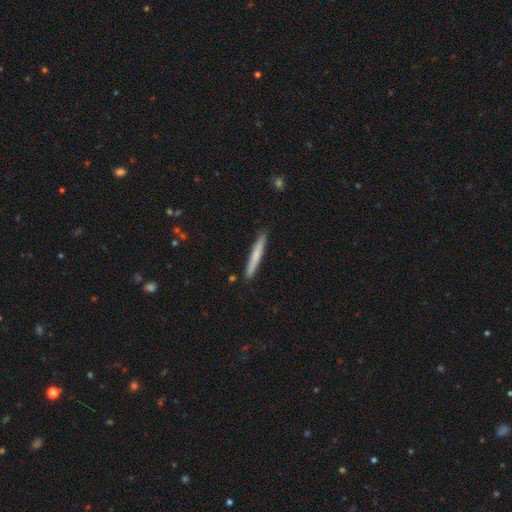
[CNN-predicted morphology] Smooth or featured? Predicted: smooth (p=0.65). How rounded? Predicted: cigar-shaped (p=0.96). Merging? Predicted: none (p=0.90).